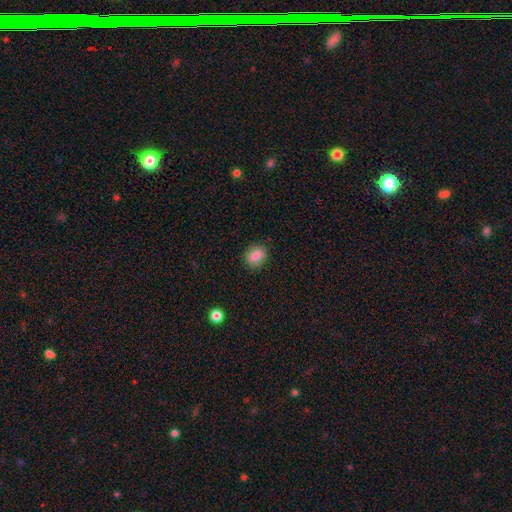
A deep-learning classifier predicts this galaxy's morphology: Smooth or featured: smooth — 84% (star or artifact — 9%)
How rounded: in between — 56% (round — 43%)
Merging: none — 87% (minor disturbance — 10%)